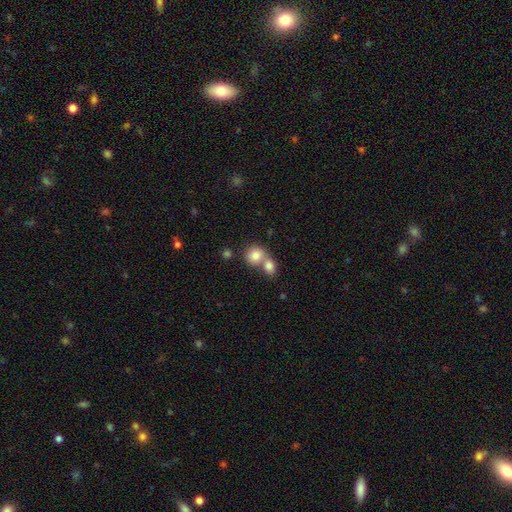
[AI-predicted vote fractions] Smooth or featured? smooth (81%)
How rounded? round (76%)
Merging? merger (57%)